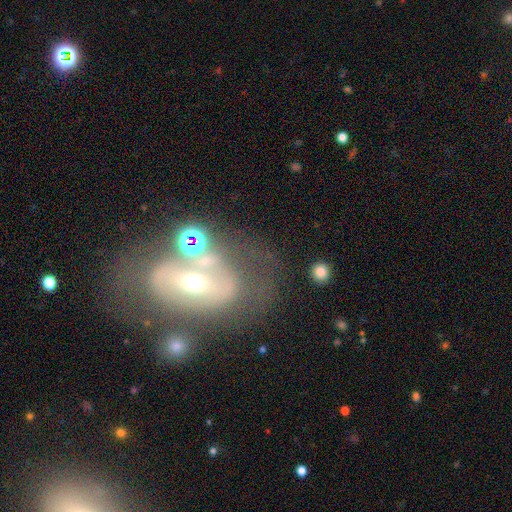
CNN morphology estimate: Smooth or featured? Predicted: featured or disk (p=0.68). Edge-on disk? Predicted: no (p=0.93). Bar? Predicted: no (p=0.41). Spiral arms? Predicted: no (p=0.51). Bulge size? Predicted: moderate (p=0.48). Merging? Predicted: none (p=0.50).